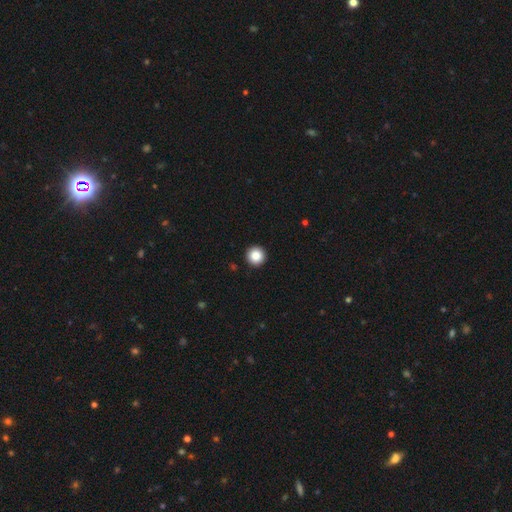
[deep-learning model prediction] This is clearly a smooth galaxy (87%). How rounded: clearly round (97%). Merging: clearly none (94%).